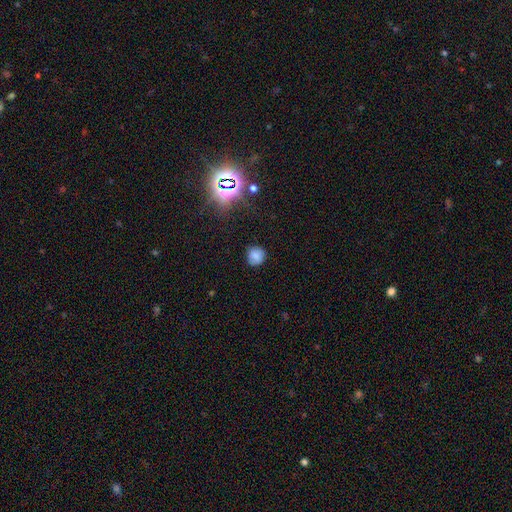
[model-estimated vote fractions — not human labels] Q: Smooth or featured?
A: smooth (76%); runner-up: star or artifact (14%)
Q: How rounded?
A: round (85%); runner-up: in between (14%)
Q: Merging?
A: none (80%); runner-up: minor disturbance (14%)